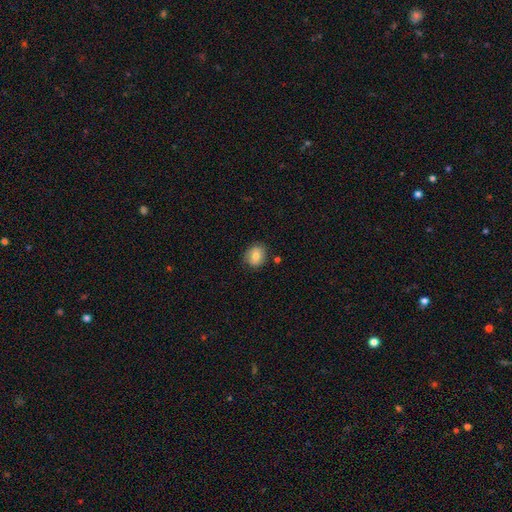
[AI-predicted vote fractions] This is likely a smooth galaxy (75%). How rounded: likely round (71%). Merging: clearly none (81%).